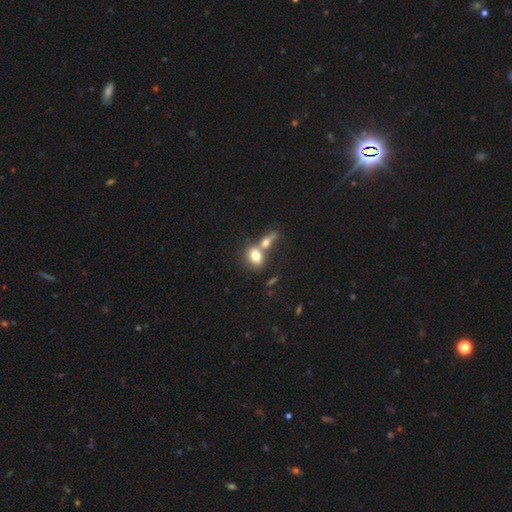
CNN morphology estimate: This is likely a smooth galaxy (76%). How rounded: likely in between (68%). Merging: possibly merger (57%).